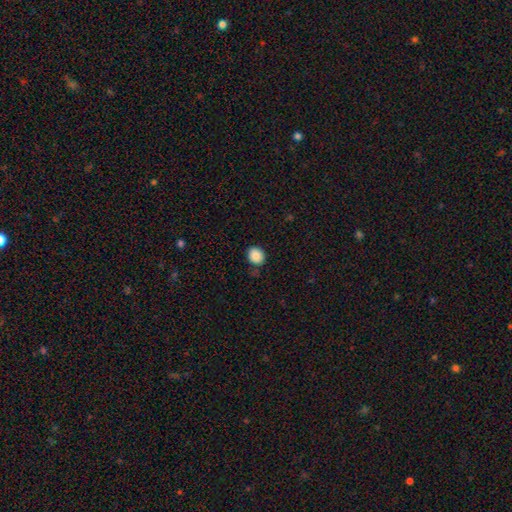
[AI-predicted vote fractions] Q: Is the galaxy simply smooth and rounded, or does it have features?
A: smooth — 88%.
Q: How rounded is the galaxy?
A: round — 67%.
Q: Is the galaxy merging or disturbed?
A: none — 81%.